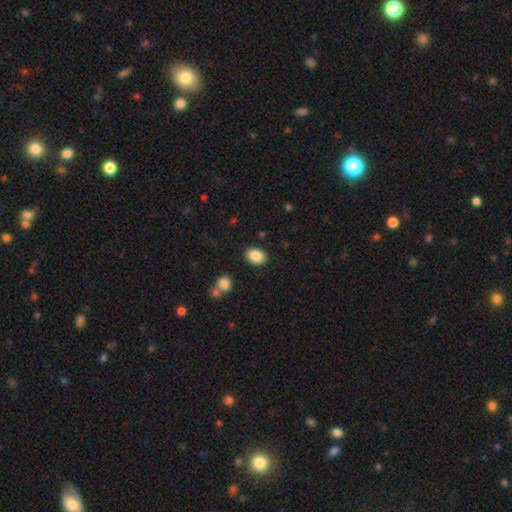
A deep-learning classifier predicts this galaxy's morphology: This is clearly a smooth galaxy (87%). How rounded: likely in between (75%). Merging: clearly none (87%).